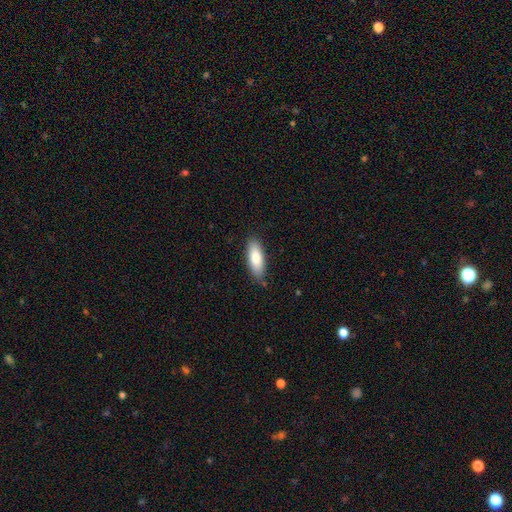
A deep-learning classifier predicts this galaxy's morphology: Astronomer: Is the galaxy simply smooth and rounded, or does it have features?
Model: smooth — 82%.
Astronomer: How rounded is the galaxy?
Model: in between — 68%.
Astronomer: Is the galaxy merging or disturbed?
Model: none — 84%.